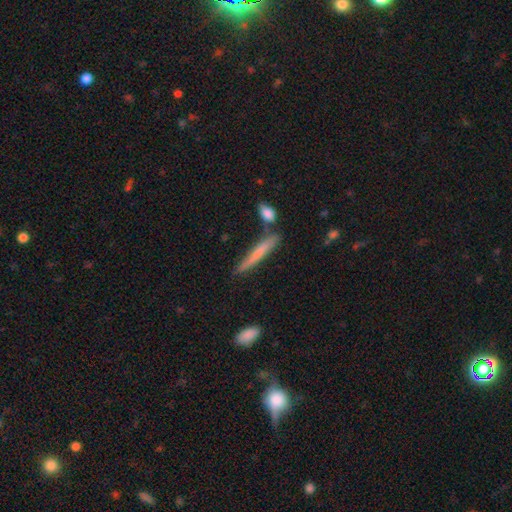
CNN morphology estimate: smooth 60%, featured or disk 33%, star or artifact 7%. Down the decision tree: how rounded — cigar-shaped (94%); merging — none (77%).